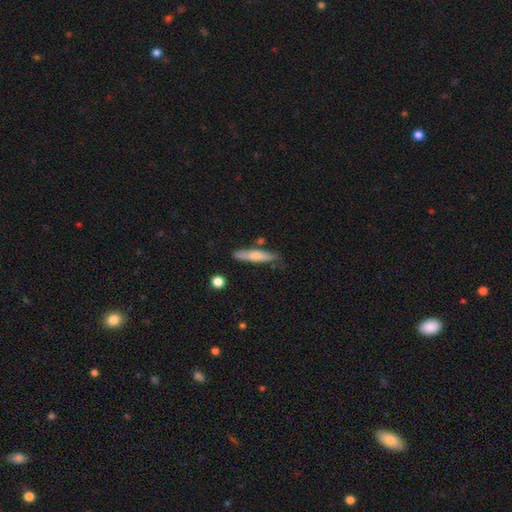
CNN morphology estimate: Smooth or featured: smooth — 62% (featured or disk — 33%)
How rounded: cigar-shaped — 85% (in between — 13%)
Merging: none — 75% (minor disturbance — 16%)